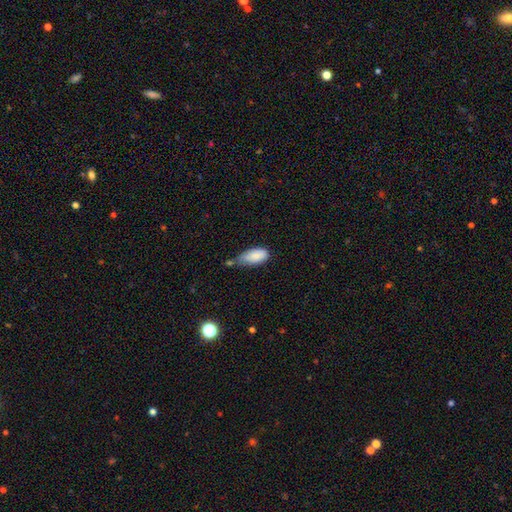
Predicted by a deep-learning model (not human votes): Morphology: type=smooth (85%); roundness=in between (90%); merging=minor disturbance (42%).